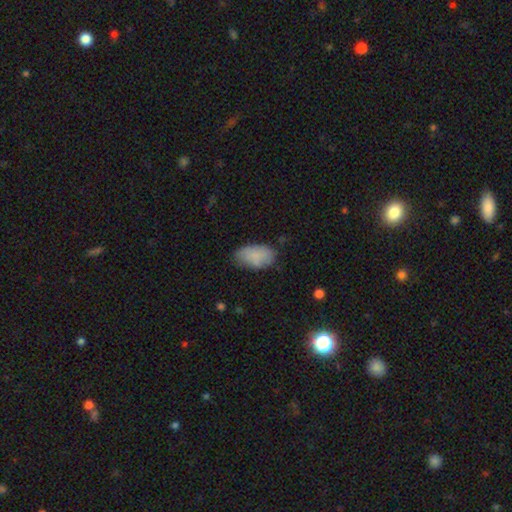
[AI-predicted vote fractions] smooth 82%, featured or disk 11%, star or artifact 7%. Down the decision tree: how rounded — in between (93%); merging — none (66%).